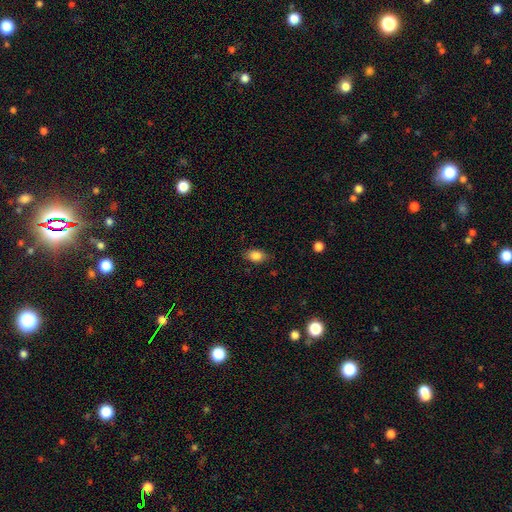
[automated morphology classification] A smooth galaxy with no disk features (85%) that is in between round and cigar-shaped (84%). Merging: none (81%).